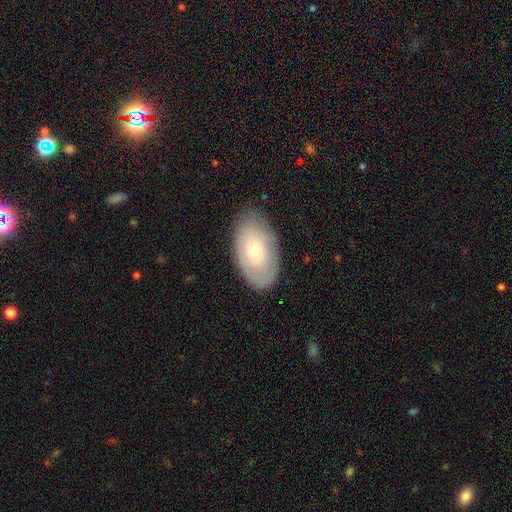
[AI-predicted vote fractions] Smooth or featured: smooth — 50% (featured or disk — 43%)
Merging: none — 82% (minor disturbance — 13%)